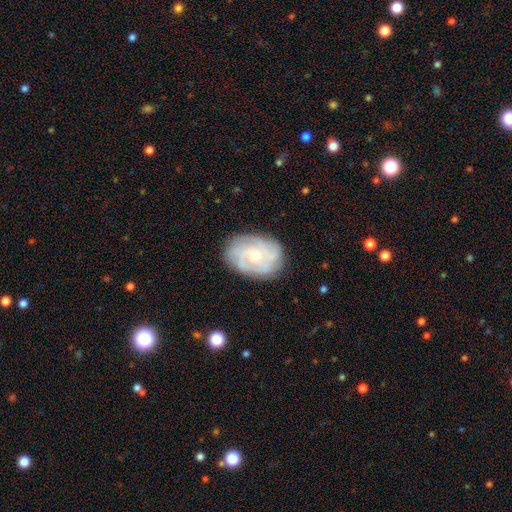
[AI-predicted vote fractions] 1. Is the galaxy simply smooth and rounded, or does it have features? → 69% featured or disk, 24% smooth, 7% star or artifact.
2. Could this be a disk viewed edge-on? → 97% no, 3% yes.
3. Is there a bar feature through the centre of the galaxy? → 75% no, 23% weak, 3% strong.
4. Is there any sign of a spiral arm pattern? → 88% yes, 12% no.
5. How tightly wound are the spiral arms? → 61% tight, 30% medium, 10% loose.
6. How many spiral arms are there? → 43% can't tell, 17% 3, 16% 4, 13% 2, 6% more than 4, 5% 1.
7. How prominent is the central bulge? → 61% small, 33% moderate, 4% none, 2% large, 1% dominant.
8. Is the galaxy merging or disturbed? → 78% none, 16% minor disturbance, 5% major disturbance, 1% merger.